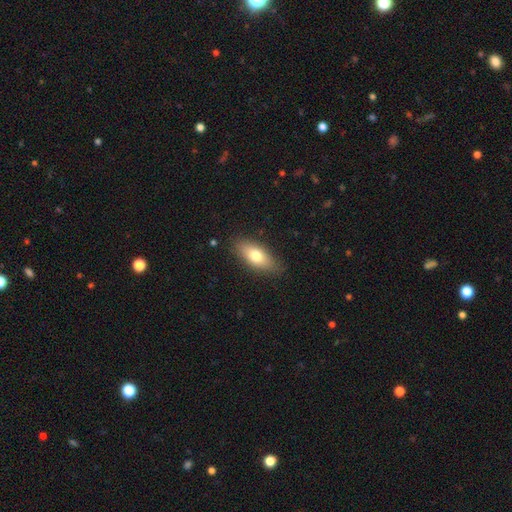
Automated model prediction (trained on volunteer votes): Overall: smooth (73%). How rounded: in between (80%). Merging: none (84%).